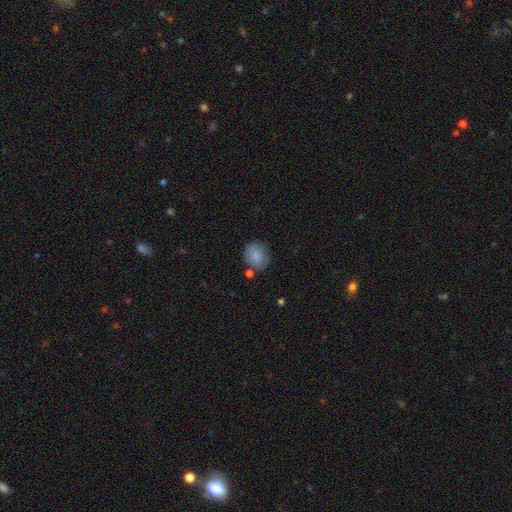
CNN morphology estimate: A smooth galaxy with no disk features (85%) that is round (75%). Merging: none (72%).